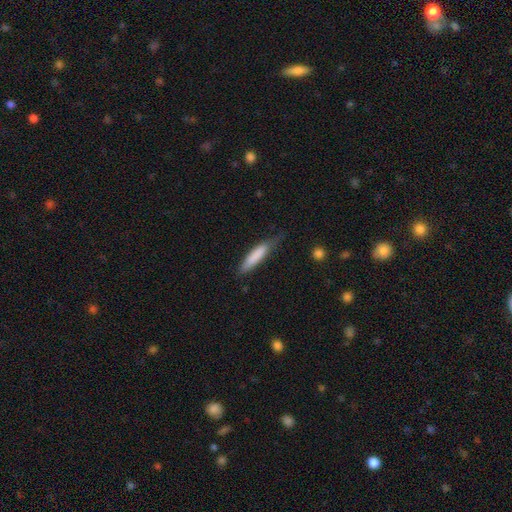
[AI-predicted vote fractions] Smooth or featured? smooth (80%)
How rounded? cigar-shaped (79%)
Merging? none (59%)